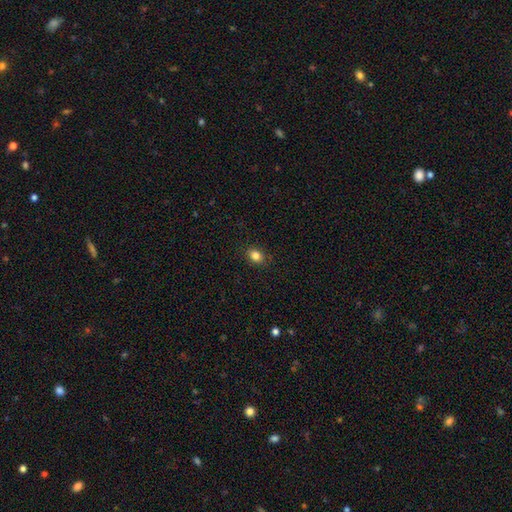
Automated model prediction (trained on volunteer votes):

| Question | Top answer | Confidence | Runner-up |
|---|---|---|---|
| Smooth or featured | smooth | 84% | star or artifact (11%) |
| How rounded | in between | 55% | round (44%) |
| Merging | none | 87% | minor disturbance (9%) |